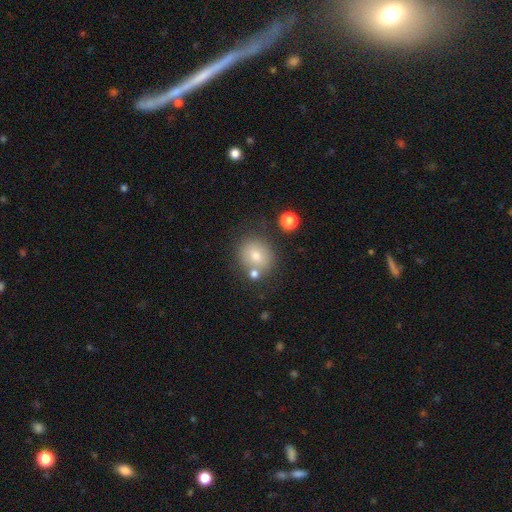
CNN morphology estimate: A smooth galaxy with no disk features (71%) that is round (80%).

Vote fractions:
- Smooth or featured? smooth: 71% / featured or disk: 16% / star or artifact: 13%
- How rounded? round: 80% / in between: 19% / cigar-shaped: 1%
- Merging? none: 71% / merger: 13% / minor disturbance: 12% / major disturbance: 4%